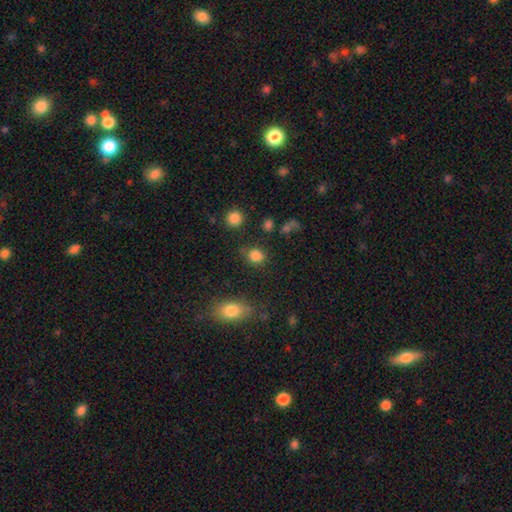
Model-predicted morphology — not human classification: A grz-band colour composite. It shows a smooth galaxy with no disk features (83%) that is round (76%). Merging: none (82%).